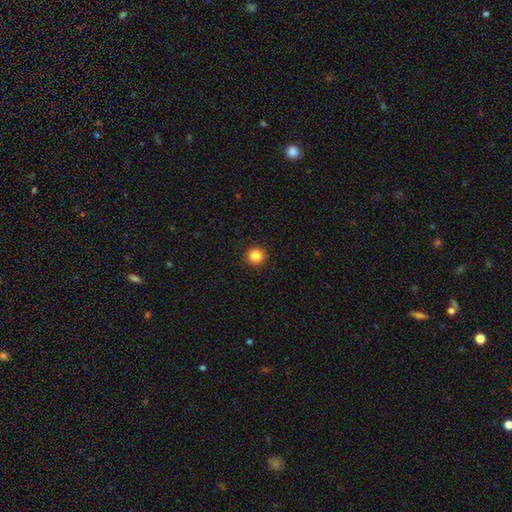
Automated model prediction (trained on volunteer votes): Smooth or featured: smooth — 85% (star or artifact — 11%)
How rounded: round — 92% (in between — 7%)
Merging: none — 92% (minor disturbance — 5%)